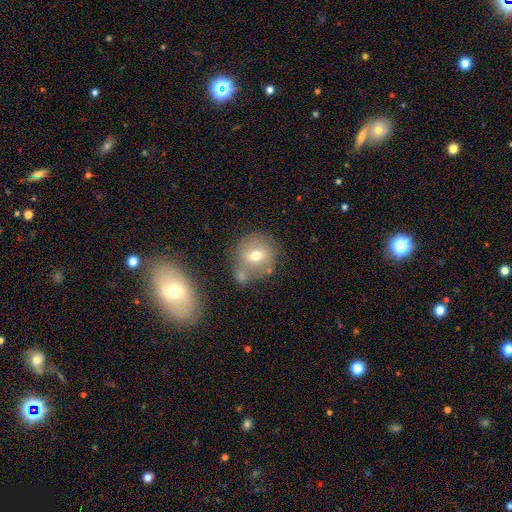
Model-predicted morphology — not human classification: smooth-or-featured: smooth: 62% | featured or disk: 27% | star or artifact: 10%
  how-rounded: round: 83% | in between: 16% | cigar-shaped: 1%
  merging: none: 55% | merger: 23% | minor disturbance: 15% | major disturbance: 6%